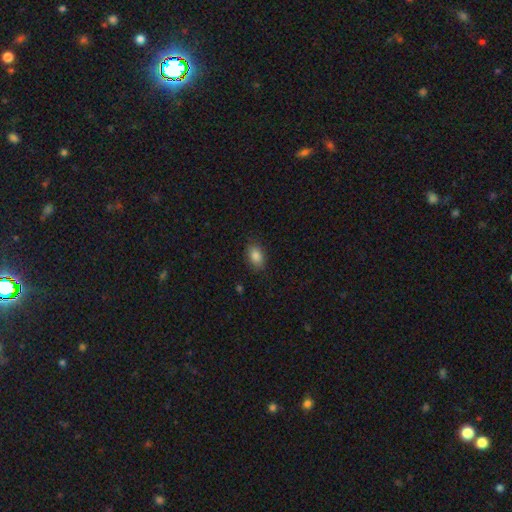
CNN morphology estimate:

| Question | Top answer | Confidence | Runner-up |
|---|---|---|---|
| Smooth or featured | smooth | 86% | star or artifact (8%) |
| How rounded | in between | 86% | round (13%) |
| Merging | none | 83% | minor disturbance (13%) |